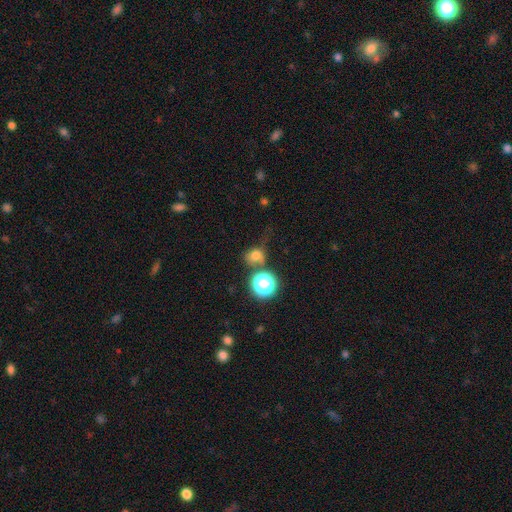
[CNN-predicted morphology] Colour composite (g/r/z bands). It shows a smooth galaxy with no disk features (67%) that is round (72%). Merging: none (50%).